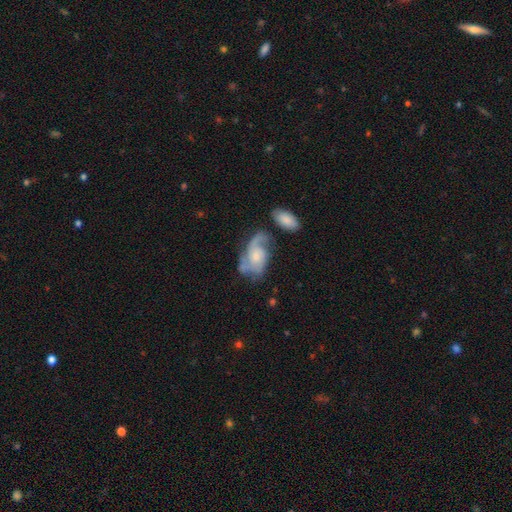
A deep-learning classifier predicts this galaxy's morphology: type=featured or disk (76%); edge-on=no (97%); bar=no (70%); spiral arms=yes (91%); winding=medium (46%); arm count=2 (64%); bulge=small (46%); merging=none (42%).